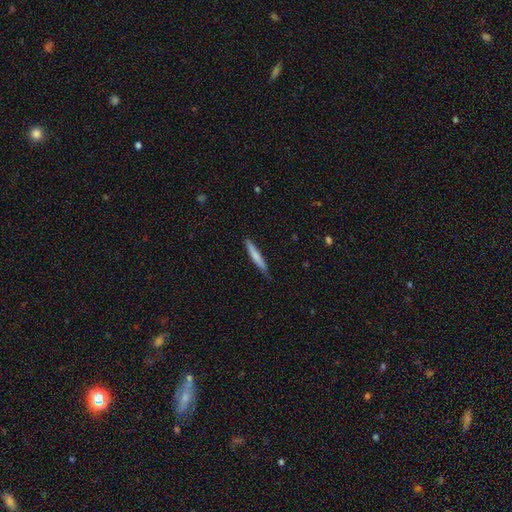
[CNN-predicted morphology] smooth-or-featured: smooth: 72% | featured or disk: 22% | star or artifact: 5%
  how-rounded: cigar-shaped: 94% | in between: 4% | round: 1%
  merging: none: 82% | minor disturbance: 15% | major disturbance: 2% | merger: 1%